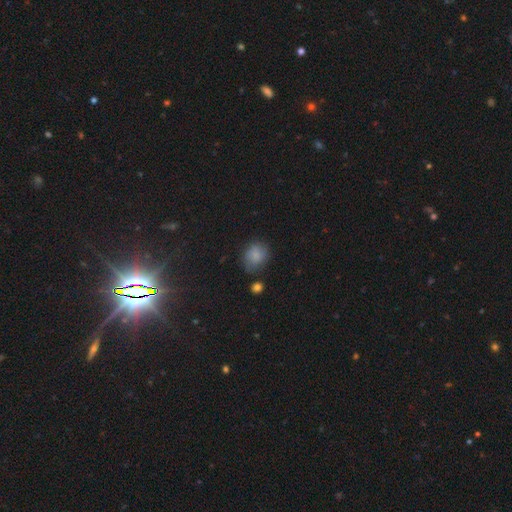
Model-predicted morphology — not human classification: smooth 79%, star or artifact 11%, featured or disk 11%. Down the decision tree: how rounded — round (59%); merging — none (67%).